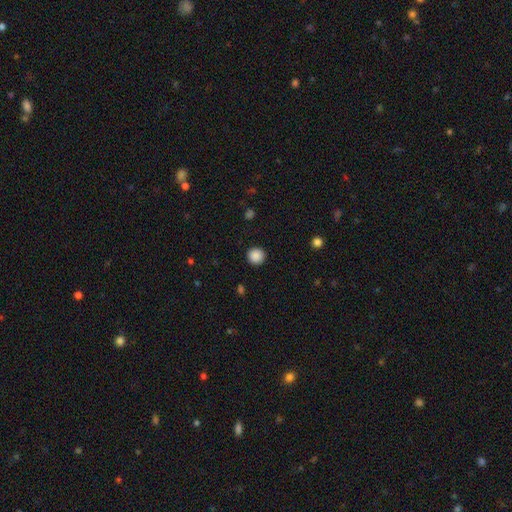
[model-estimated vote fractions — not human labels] A smooth galaxy with no disk features (88%) that is round (94%). Merging: none (91%).